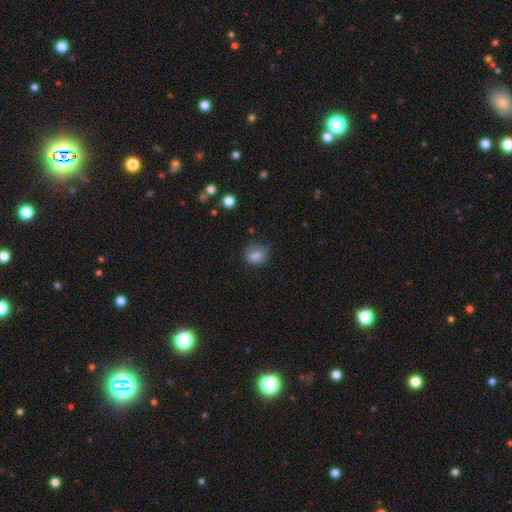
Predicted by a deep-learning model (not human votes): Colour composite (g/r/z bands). It shows a smooth galaxy with no disk features (80%) that is in between round and cigar-shaped (58%). Merging: none (59%).